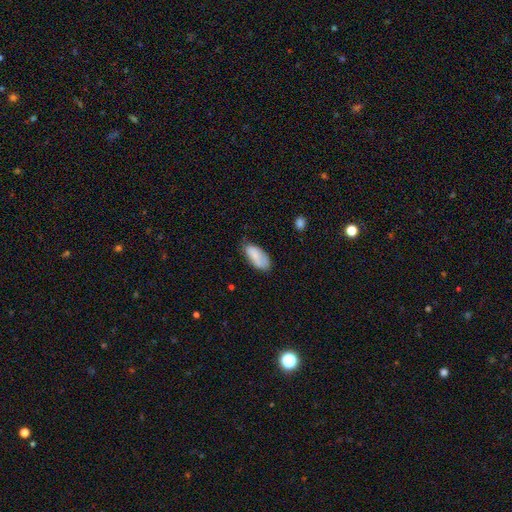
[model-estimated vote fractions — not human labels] Smooth or featured: smooth — 79% (featured or disk — 14%)
How rounded: in between — 90% (cigar-shaped — 8%)
Merging: none — 59% (minor disturbance — 30%)